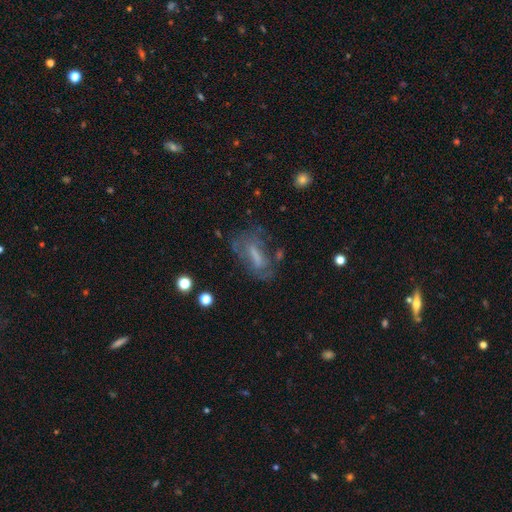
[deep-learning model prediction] Morphology: type=featured or disk (51%); edge-on=no (87%); merging=none (50%).